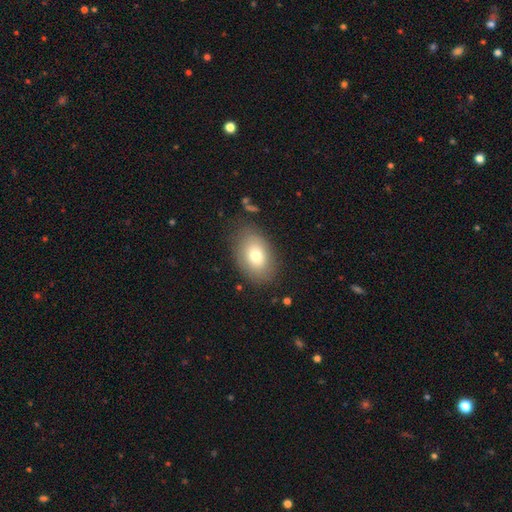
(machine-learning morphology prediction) The model was most divided on "smooth or featured": smooth: 75%, featured or disk: 16%, star or artifact: 8%. More confident: how rounded — in between (82%); merging — none (79%).